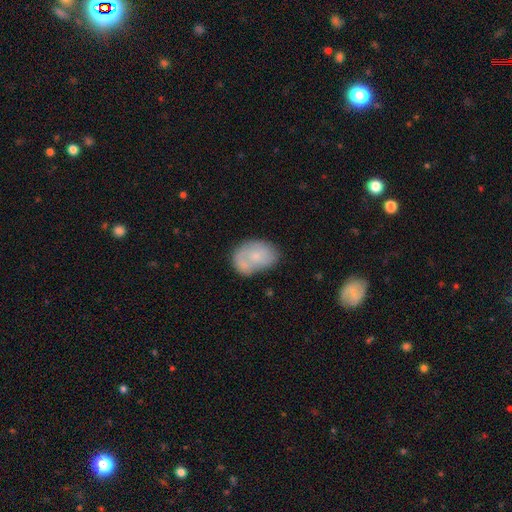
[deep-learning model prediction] Overall: smooth (61%; featured or disk 31%). How rounded: in between (79%). Merging: none (47%; minor disturbance 27%).